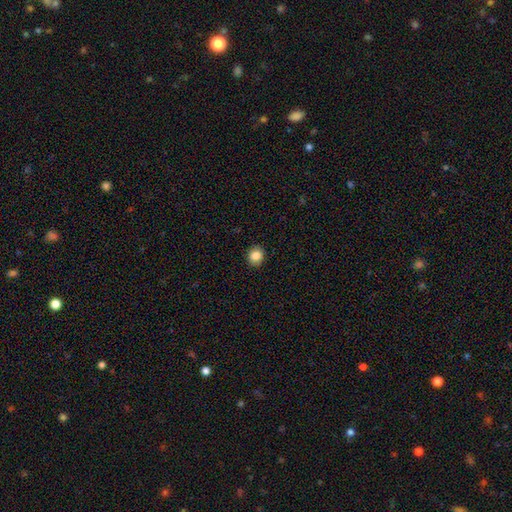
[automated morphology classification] Overall: smooth (85%). How rounded: round (78%). Merging: none (90%).